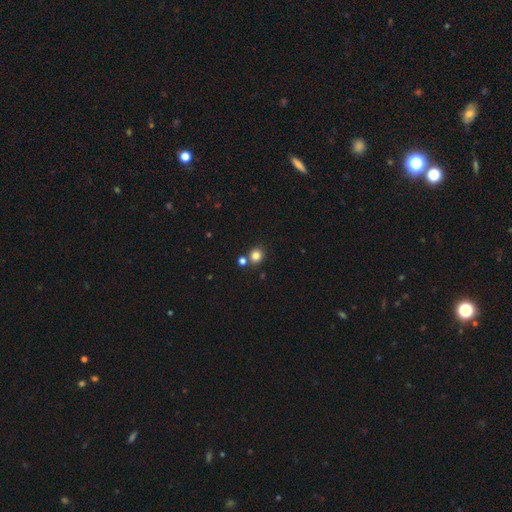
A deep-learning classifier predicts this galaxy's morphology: A smooth galaxy with no disk features (81%) that is round (88%).

Vote fractions:
- Smooth or featured? smooth: 81% / star or artifact: 13% / featured or disk: 5%
- How rounded? round: 88% / in between: 11% / cigar-shaped: 1%
- Merging? none: 74% / merger: 16% / minor disturbance: 8% / major disturbance: 3%